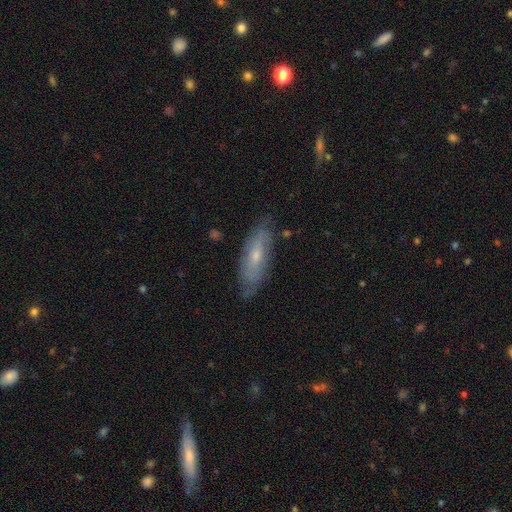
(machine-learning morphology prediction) A featured or disk galaxy (53%). Merging: none (74%).